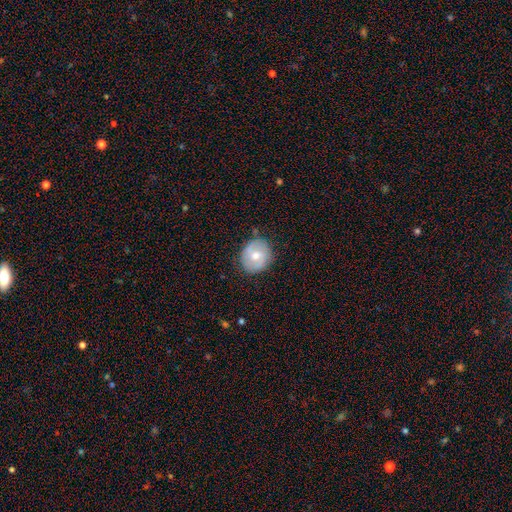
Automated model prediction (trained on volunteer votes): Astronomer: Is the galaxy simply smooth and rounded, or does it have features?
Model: featured or disk — 49% (runner-up: smooth, 45%).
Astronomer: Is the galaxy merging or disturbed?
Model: none — 79%.